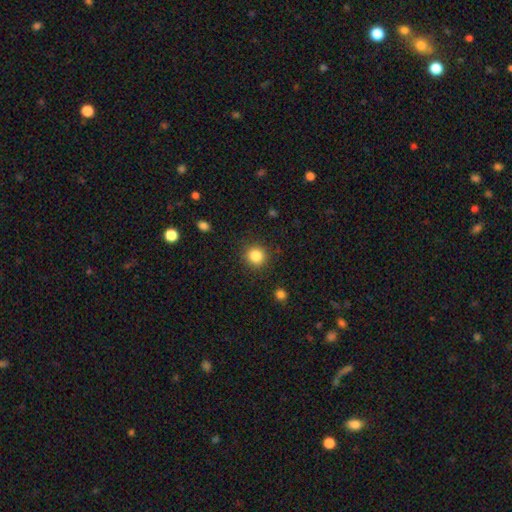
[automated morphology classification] This appears to be a smooth galaxy with no disk features (85%) that is round (89%). Merging: none (88%).